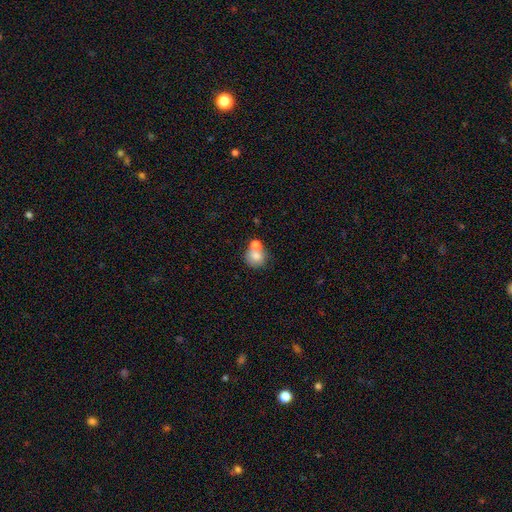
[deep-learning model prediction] A smooth galaxy with no disk features (75%) that is round (78%). Merging: merger (42%, tied with none).